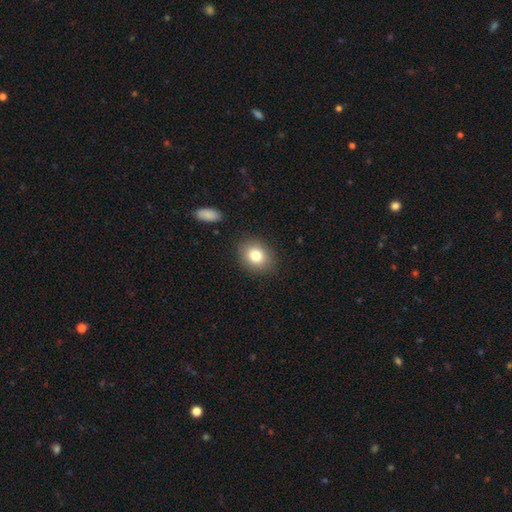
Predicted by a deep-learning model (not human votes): This is clearly a smooth galaxy (81%). How rounded: possibly round (51%). Merging: clearly none (86%).